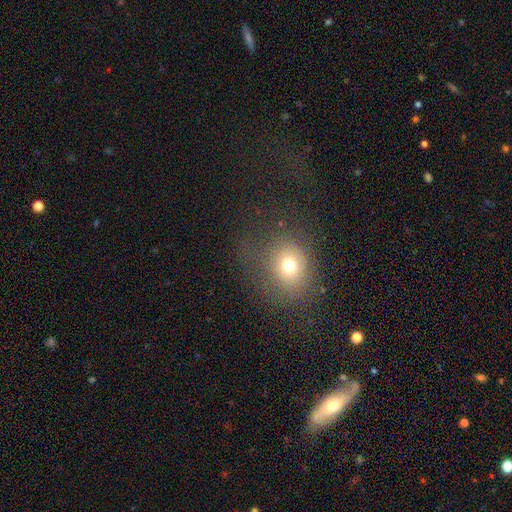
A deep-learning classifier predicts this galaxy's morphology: Overall: smooth (61%; star or artifact 23%). How rounded: round (64%; in between 34%). Merging: none (57%; major disturbance 20%).